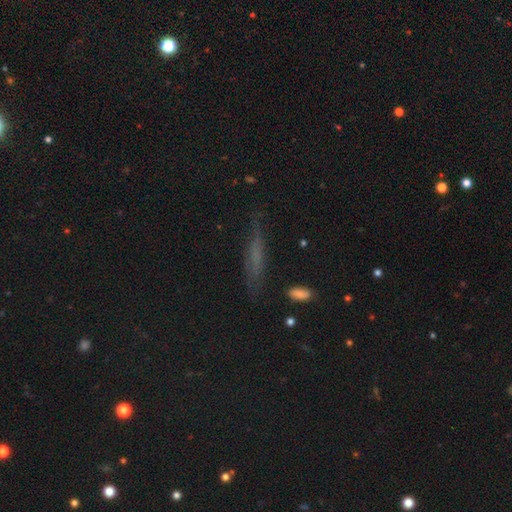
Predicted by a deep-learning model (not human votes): The model was most divided on "smooth or featured": smooth: 49%, featured or disk: 34%, star or artifact: 17%. More confident: merging — none (71%).